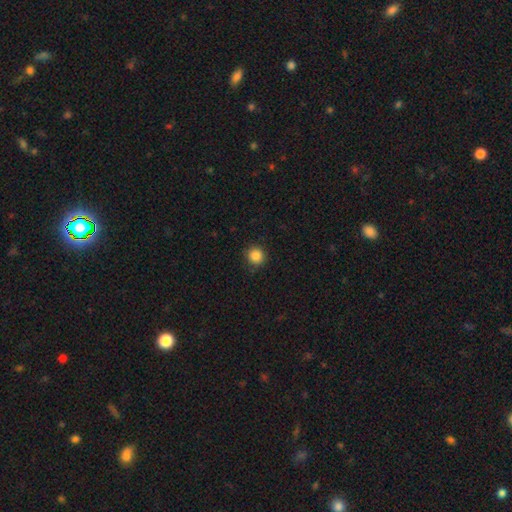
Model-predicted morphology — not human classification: This is clearly a smooth galaxy (86%). How rounded: clearly round (92%). Merging: clearly none (89%).